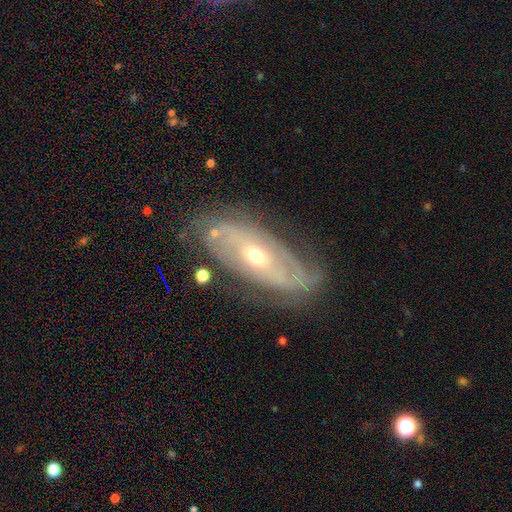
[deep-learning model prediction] Smooth or featured? Predicted: featured or disk (p=0.80). Edge-on disk? Predicted: no (p=0.89). Bar? Predicted: no (p=0.56). Spiral arms? Predicted: yes (p=0.84). Spiral winding? Predicted: tight (p=0.50). Spiral arm count? Predicted: 2 (p=0.54). Bulge size? Predicted: moderate (p=0.58). Merging? Predicted: none (p=0.72).